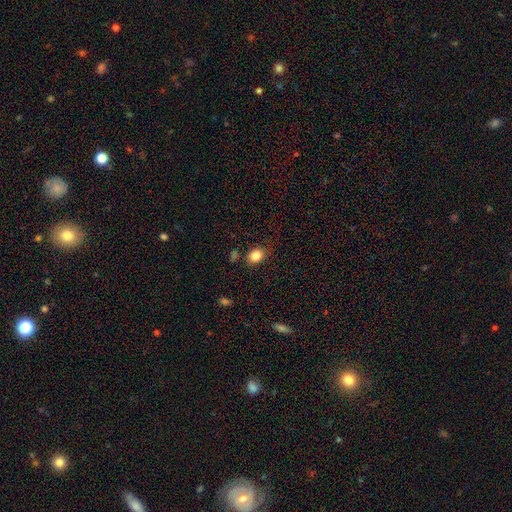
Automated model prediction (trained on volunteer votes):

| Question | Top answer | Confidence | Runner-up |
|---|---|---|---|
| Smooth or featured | smooth | 84% | star or artifact (10%) |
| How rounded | in between | 50% | round (49%) |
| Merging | none | 82% | minor disturbance (12%) |